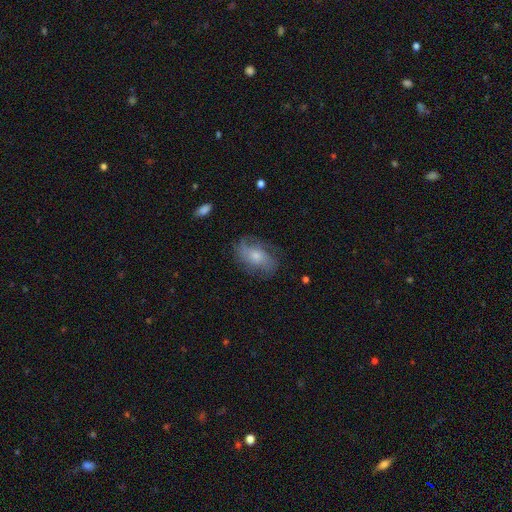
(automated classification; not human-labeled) The model was most divided on "bulge size": moderate: 46%, small: 41%, large: 7%, none: 5%, dominant: 2%. More confident: edge-on disk — no (95%); spiral arms — yes (83%); bar — no (74%); merging — none (66%); smooth or featured — featured or disk (57%).